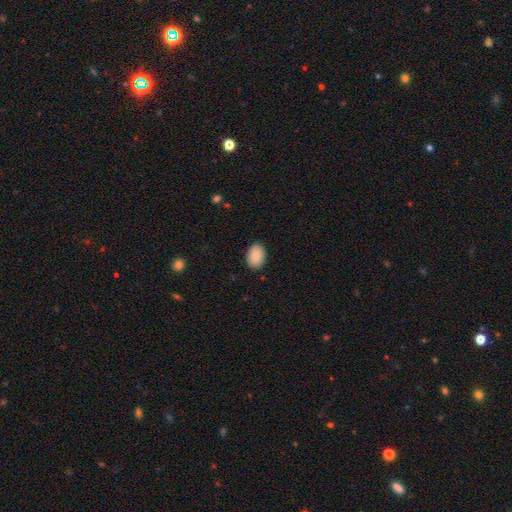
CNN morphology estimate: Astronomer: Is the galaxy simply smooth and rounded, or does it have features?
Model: smooth — 89%.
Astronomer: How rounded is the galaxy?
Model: in between — 83%.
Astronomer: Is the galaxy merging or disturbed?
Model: none — 88%.